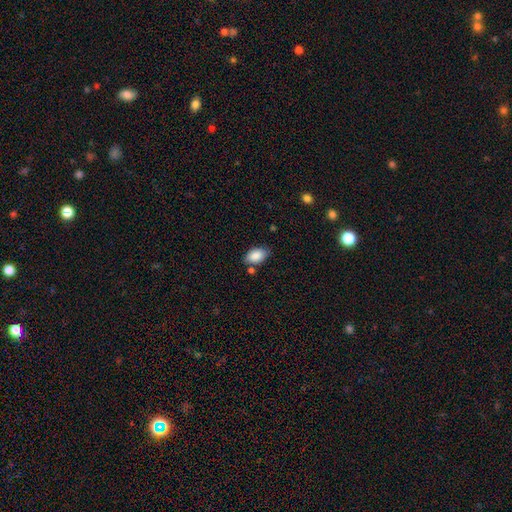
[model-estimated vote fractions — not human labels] A smooth galaxy with no disk features (87%) that is in between round and cigar-shaped (89%). Merging: none (70%).